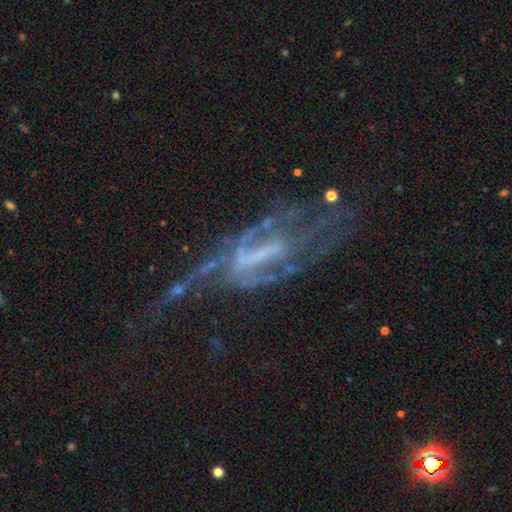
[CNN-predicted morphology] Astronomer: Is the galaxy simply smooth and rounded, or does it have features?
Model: featured or disk — 73%.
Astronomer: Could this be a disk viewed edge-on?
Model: no — 86%.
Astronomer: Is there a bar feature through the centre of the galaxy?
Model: strong — 36% (runner-up: no, 32%).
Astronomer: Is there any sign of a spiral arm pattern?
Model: yes — 61% (runner-up: no, 39%).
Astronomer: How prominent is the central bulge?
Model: none — 54%.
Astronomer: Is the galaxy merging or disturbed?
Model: major disturbance — 48% (runner-up: none, 29%).